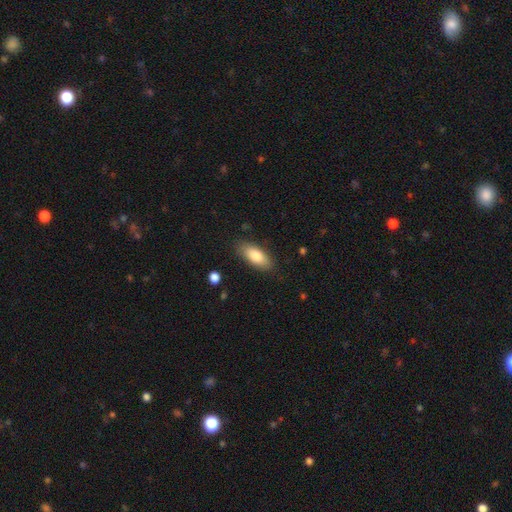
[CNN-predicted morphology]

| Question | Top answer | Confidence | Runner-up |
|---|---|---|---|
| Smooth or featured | smooth | 81% | featured or disk (13%) |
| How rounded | in between | 80% | cigar-shaped (18%) |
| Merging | none | 83% | minor disturbance (12%) |